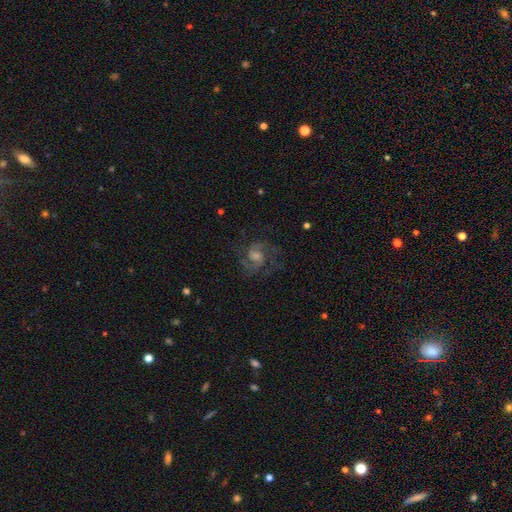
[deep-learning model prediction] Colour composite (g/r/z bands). It shows a featured or disk galaxy (84%) with a weak bar (50%), 2 (72%) medium (59%) spiral arms (97%) and a moderate central bulge (42%). Merging: none (75%).